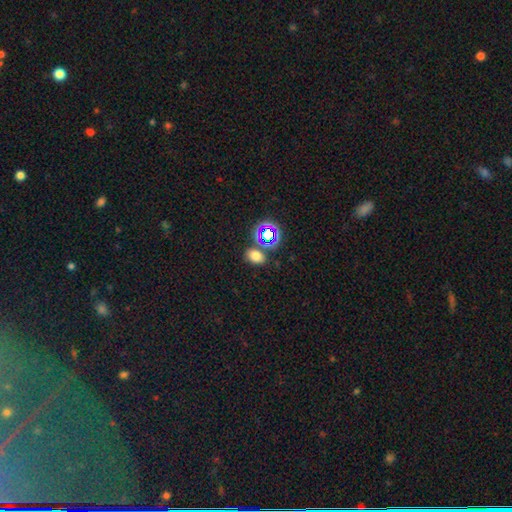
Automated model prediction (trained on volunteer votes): smooth-or-featured: smooth: 69% | star or artifact: 23% | featured or disk: 8%
  how-rounded: in between: 74% | round: 25% | cigar-shaped: 1%
  merging: none: 70% | merger: 14% | minor disturbance: 12% | major disturbance: 4%